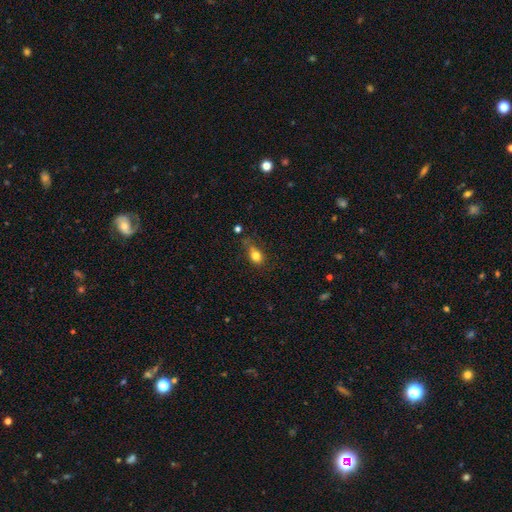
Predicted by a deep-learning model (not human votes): smooth_or_featured: smooth (p=0.80) [alt: star or artifact p=0.10]
how_rounded: in between (p=0.63) [alt: round p=0.33]
merging: none (p=0.51) [alt: minor disturbance p=0.30]